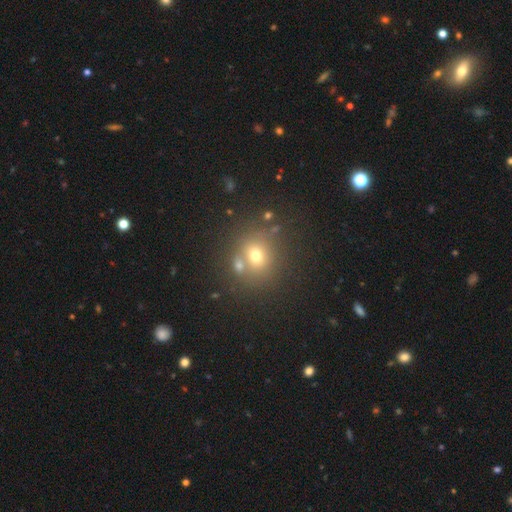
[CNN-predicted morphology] type=smooth (67%); roundness=round (79%); merging=none (62%).